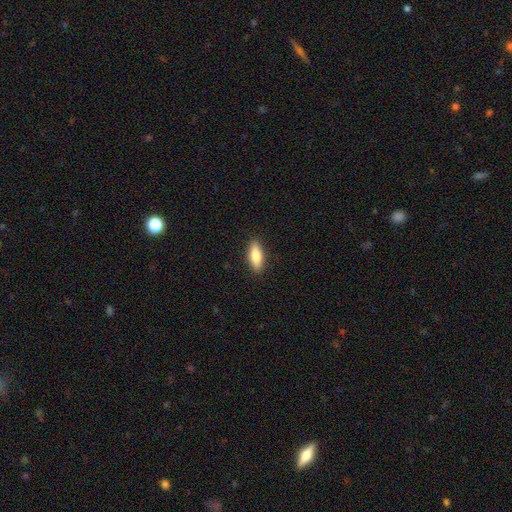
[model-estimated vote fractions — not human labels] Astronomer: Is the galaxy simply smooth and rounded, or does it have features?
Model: smooth — 76%.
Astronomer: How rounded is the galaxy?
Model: in between — 62%.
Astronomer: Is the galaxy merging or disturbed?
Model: none — 89%.